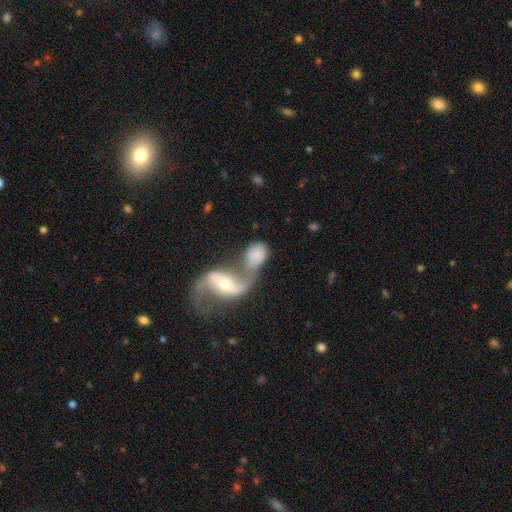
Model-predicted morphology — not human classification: Smooth or featured? Predicted: featured or disk (p=0.50). Edge-on disk? Predicted: no (p=0.94). Merging? Predicted: merger (p=0.70).